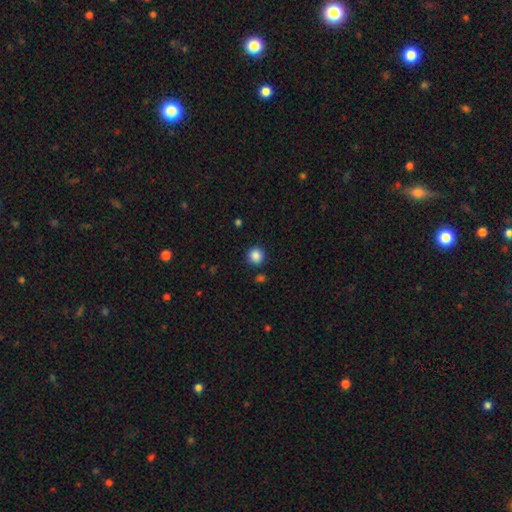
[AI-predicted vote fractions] smooth_or_featured: smooth (p=0.87) [alt: star or artifact p=0.10]
how_rounded: round (p=0.94) [alt: in between p=0.05]
merging: none (p=0.90) [alt: minor disturbance p=0.06]